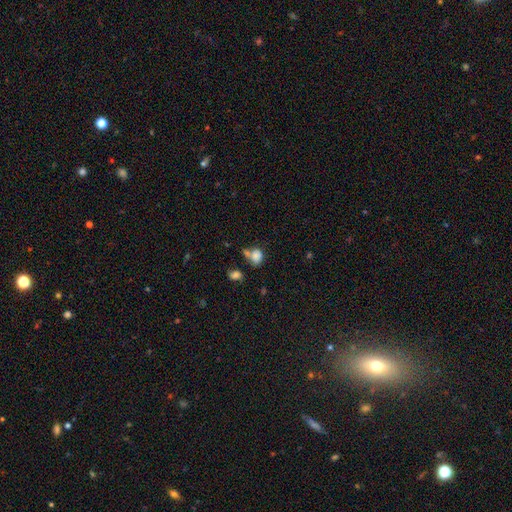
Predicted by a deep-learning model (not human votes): A smooth galaxy with no disk features (81%) that is in between round and cigar-shaped (58%).

Vote fractions:
- Smooth or featured? smooth: 81% / star or artifact: 11% / featured or disk: 8%
- How rounded? in between: 58% / round: 40% / cigar-shaped: 1%
- Merging? none: 38% / merger: 34% / minor disturbance: 18% / major disturbance: 9%